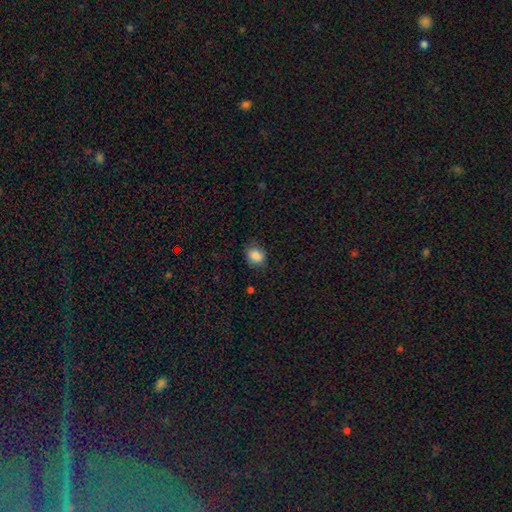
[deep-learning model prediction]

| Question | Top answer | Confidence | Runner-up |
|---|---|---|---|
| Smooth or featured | smooth | 86% | star or artifact (9%) |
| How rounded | round | 52% | in between (47%) |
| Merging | none | 78% | minor disturbance (17%) |